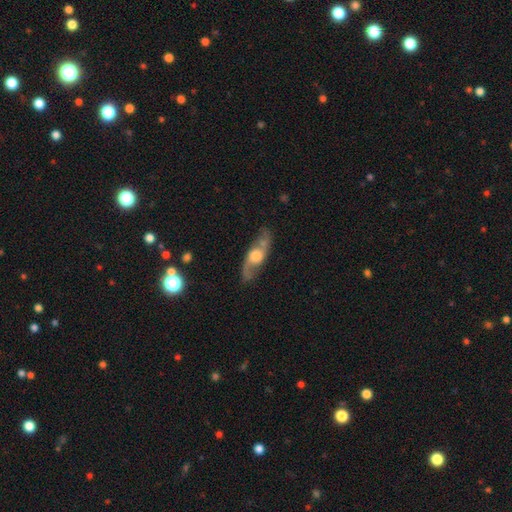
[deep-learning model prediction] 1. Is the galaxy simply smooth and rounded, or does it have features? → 69% featured or disk, 26% smooth, 6% star or artifact.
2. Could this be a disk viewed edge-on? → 66% no, 34% yes.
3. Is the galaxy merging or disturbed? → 74% none, 15% minor disturbance, 6% major disturbance, 4% merger.